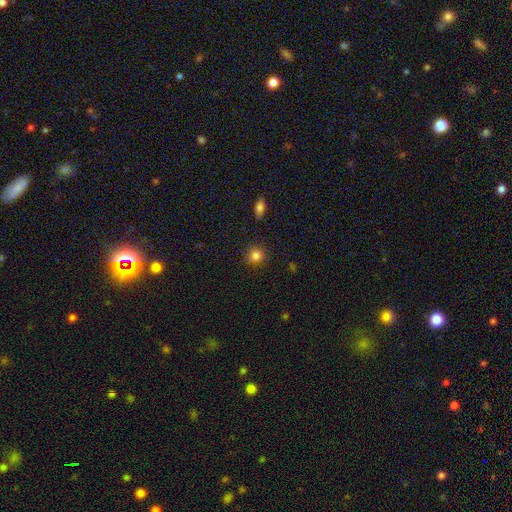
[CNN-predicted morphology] Smooth or featured? smooth (82%)
How rounded? round (88%)
Merging? none (85%)